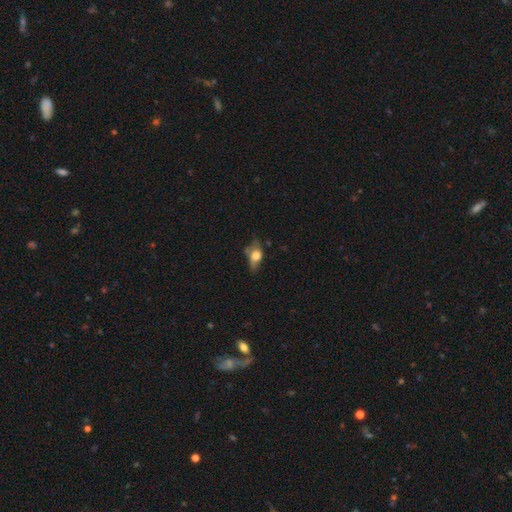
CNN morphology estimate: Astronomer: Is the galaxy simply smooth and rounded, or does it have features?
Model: smooth — 56% (runner-up: featured or disk, 32%).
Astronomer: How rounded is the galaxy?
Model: in between — 70%.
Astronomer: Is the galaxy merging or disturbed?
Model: major disturbance — 32%, tied with none at 32%.